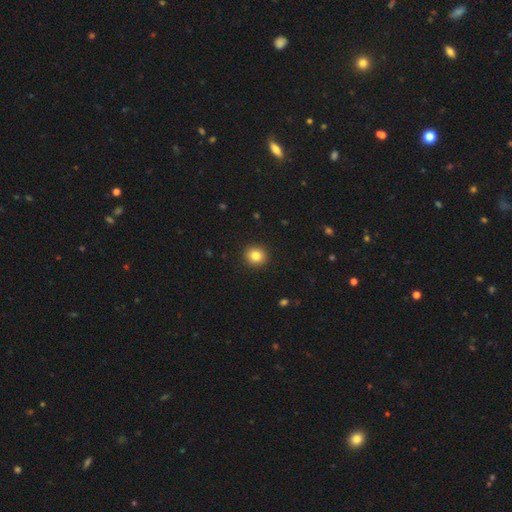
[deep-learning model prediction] The model was most divided on "smooth or featured": smooth: 83%, star or artifact: 11%, featured or disk: 7%. More confident: merging — none (93%); how rounded — round (88%).